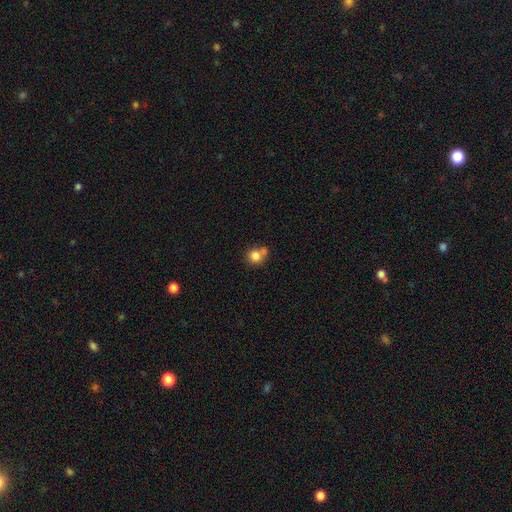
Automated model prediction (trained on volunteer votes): Smooth or featured? smooth (82%)
How rounded? round (86%)
Merging? none (52%)